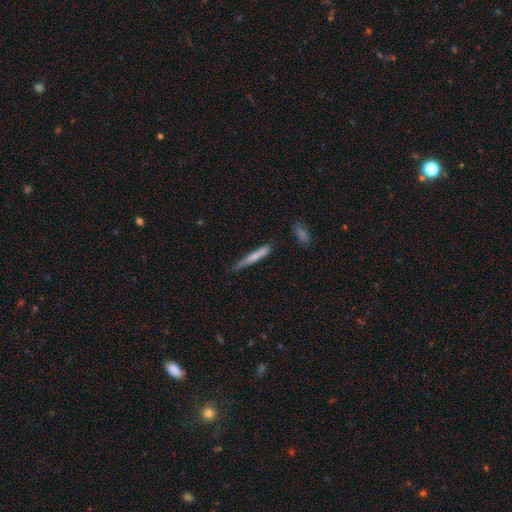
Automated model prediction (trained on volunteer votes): Smooth or featured: smooth — 67% (featured or disk — 27%)
How rounded: cigar-shaped — 94% (in between — 4%)
Merging: none — 67% (minor disturbance — 24%)